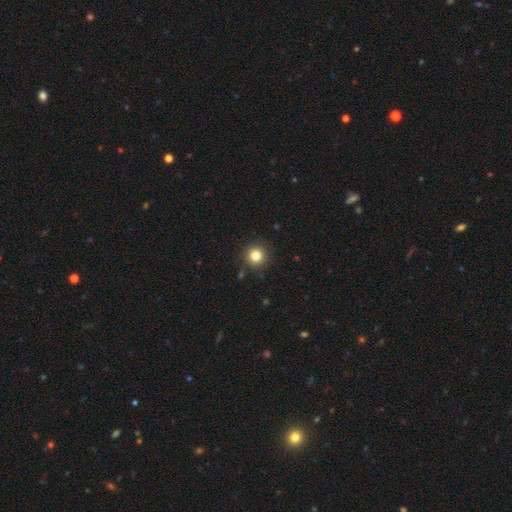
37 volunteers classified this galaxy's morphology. Q: Smooth or featured?
A: smooth (84%); runner-up: featured or disk (11%)
Q: How rounded?
A: round (94%); runner-up: in between (3%)
Q: Merging?
A: none (89%); runner-up: minor disturbance (6%)